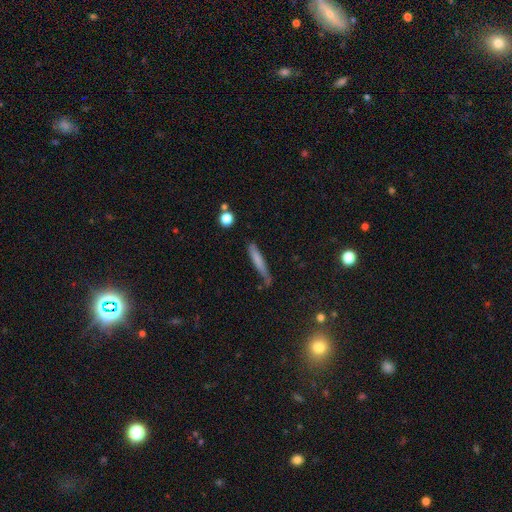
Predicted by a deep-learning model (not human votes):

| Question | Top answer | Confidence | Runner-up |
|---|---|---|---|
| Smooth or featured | smooth | 66% | featured or disk (25%) |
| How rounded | cigar-shaped | 92% | in between (6%) |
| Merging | none | 65% | minor disturbance (25%) |